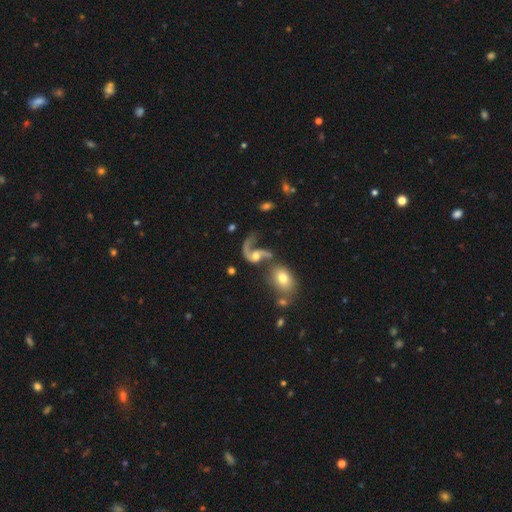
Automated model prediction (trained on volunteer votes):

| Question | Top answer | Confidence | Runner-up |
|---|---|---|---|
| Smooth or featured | featured or disk | 78% | smooth (14%) |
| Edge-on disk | no | 97% | yes (3%) |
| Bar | no | 59% | weak (31%) |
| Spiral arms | yes | 91% | no (9%) |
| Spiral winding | loose | 77% | medium (19%) |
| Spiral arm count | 2 | 62% | 1 (33%) |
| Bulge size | moderate | 54% | small (27%) |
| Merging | merger | 30% | major disturbance (29%) |